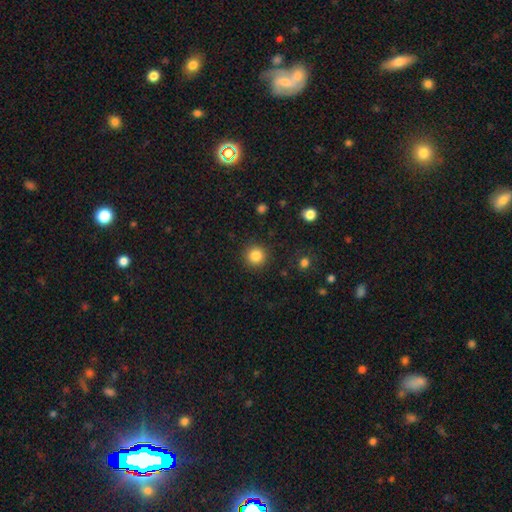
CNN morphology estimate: This appears to be a smooth galaxy with no disk features (85%) that is round (94%). Merging: none (91%).